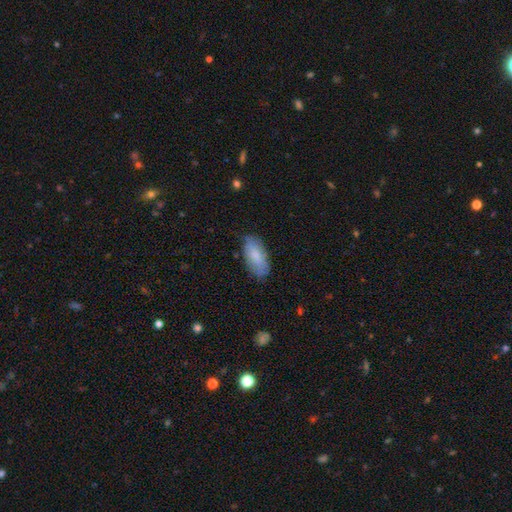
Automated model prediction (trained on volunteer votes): Smooth or featured?
  - smooth: 79% *
  - featured or disk: 15%
  - star or artifact: 6%
How rounded?
  - in between: 89% *
  - cigar-shaped: 9%
  - round: 2%
Merging?
  - none: 75% *
  - minor disturbance: 20%
  - major disturbance: 4%
  - merger: 1%